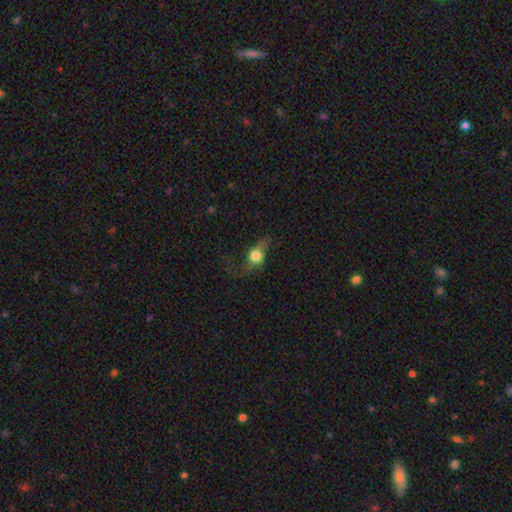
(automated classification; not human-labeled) smooth_or_featured: smooth (p=0.59) [alt: featured or disk p=0.30]
how_rounded: round (p=0.54) [alt: in between p=0.39]
merging: none (p=0.43) [alt: major disturbance p=0.32]